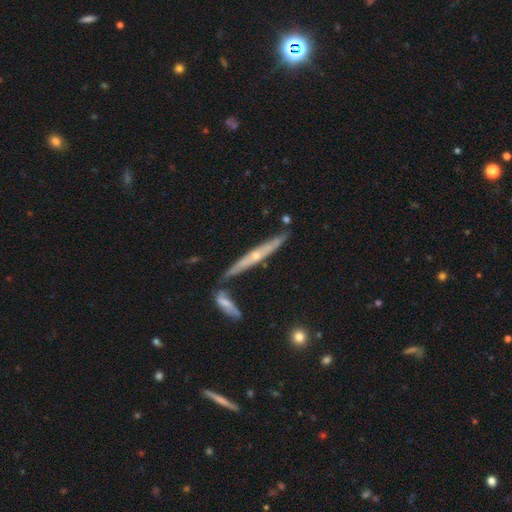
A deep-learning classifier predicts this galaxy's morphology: Q: Smooth or featured?
A: featured or disk (70%); runner-up: smooth (24%)
Q: Edge-on disk?
A: yes (91%); runner-up: no (9%)
Q: Edge-on bulge?
A: rounded (67%); runner-up: none (29%)
Q: Merging?
A: none (74%); runner-up: minor disturbance (13%)